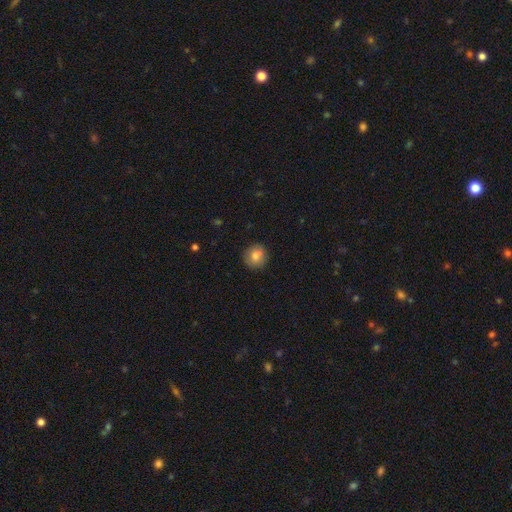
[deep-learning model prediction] A smooth galaxy with no disk features (80%) that is round (89%).

Vote fractions:
- Smooth or featured? smooth: 80% / featured or disk: 10% / star or artifact: 10%
- How rounded? round: 89% / in between: 10% / cigar-shaped: 1%
- Merging? none: 87% / minor disturbance: 9% / merger: 2% / major disturbance: 2%